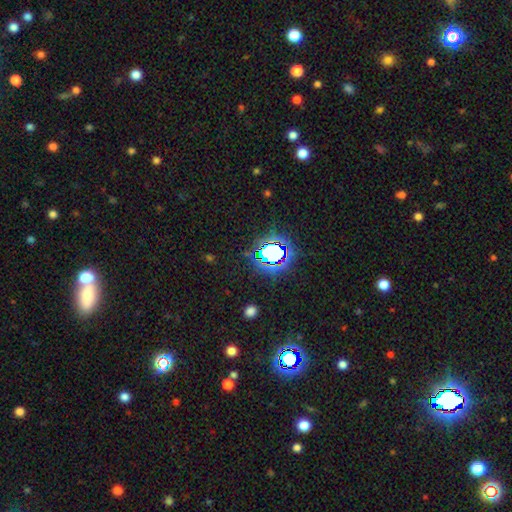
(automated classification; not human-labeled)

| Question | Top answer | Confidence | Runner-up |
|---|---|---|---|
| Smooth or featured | star or artifact | 79% | smooth (13%) |